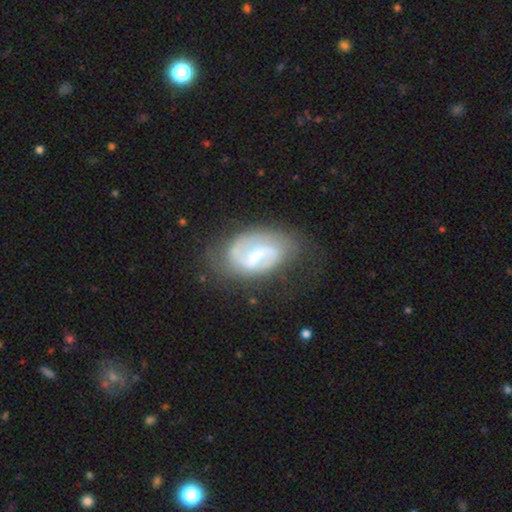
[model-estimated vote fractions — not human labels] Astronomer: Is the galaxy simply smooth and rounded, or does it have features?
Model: featured or disk — 81%.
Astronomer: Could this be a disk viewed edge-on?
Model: no — 97%.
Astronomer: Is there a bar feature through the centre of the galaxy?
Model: weak — 56%.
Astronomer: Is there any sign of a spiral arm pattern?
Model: yes — 91%.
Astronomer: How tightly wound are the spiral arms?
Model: medium — 47% (runner-up: tight, 27%).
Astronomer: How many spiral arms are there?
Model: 2 — 77%.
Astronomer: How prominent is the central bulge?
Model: small — 47% (runner-up: moderate, 46%).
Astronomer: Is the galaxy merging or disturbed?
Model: none — 63%.